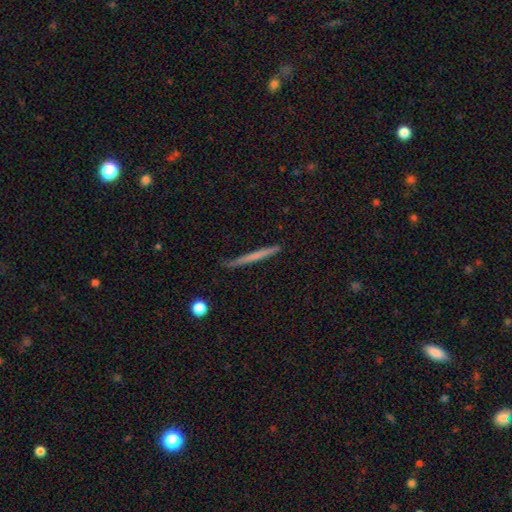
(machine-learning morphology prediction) type=smooth (57%); roundness=cigar-shaped (97%); merging=none (87%).